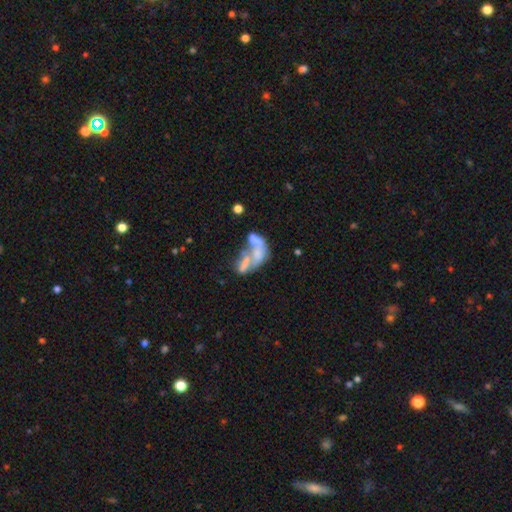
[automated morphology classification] A featured or disk galaxy (51%).

Vote fractions:
- Smooth or featured? featured or disk: 51% / smooth: 37% / star or artifact: 12%
- Edge-on disk? no: 96% / yes: 4%
- Merging? merger: 65% / major disturbance: 17% / none: 11% / minor disturbance: 7%